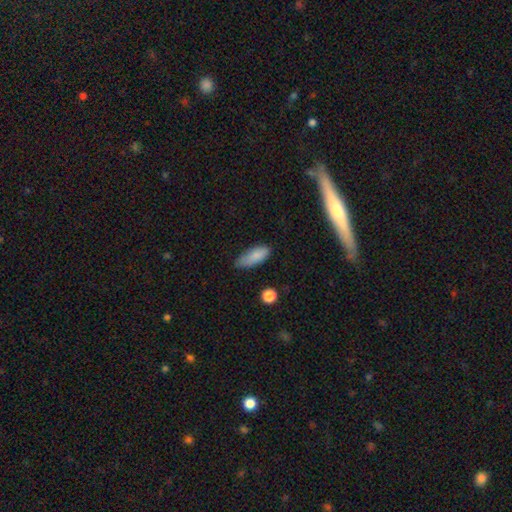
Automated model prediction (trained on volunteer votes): A smooth galaxy with no disk features (84%) that is in between round and cigar-shaped (74%). Merging: none (67%).